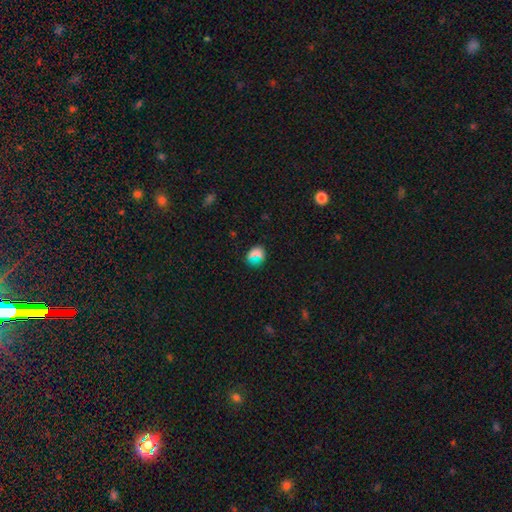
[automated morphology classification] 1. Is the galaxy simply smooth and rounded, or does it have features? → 65% smooth, 27% star or artifact, 8% featured or disk.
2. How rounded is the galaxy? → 74% round, 24% in between, 2% cigar-shaped.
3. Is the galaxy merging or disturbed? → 80% none, 12% minor disturbance, 5% major disturbance, 3% merger.